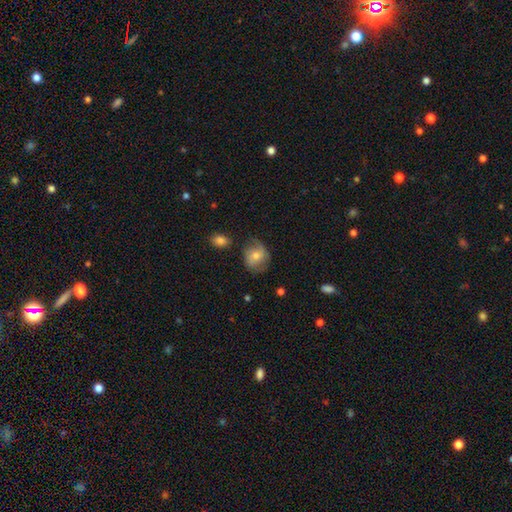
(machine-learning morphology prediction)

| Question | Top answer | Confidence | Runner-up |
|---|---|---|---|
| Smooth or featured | smooth | 49% | featured or disk (42%) |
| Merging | none | 67% | minor disturbance (22%) |